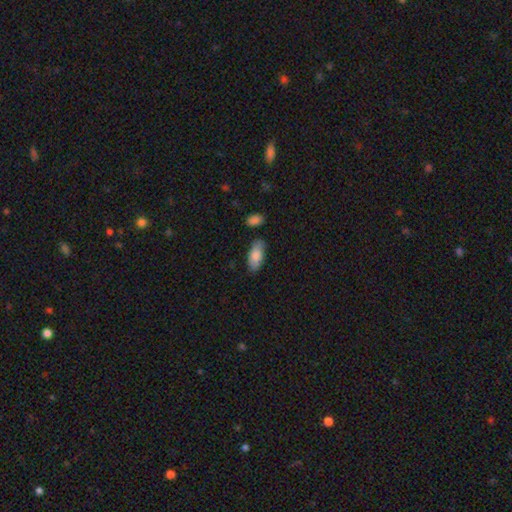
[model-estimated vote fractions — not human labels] smooth 83%, featured or disk 11%, star or artifact 6%. Down the decision tree: how rounded — in between (87%); merging — none (77%).